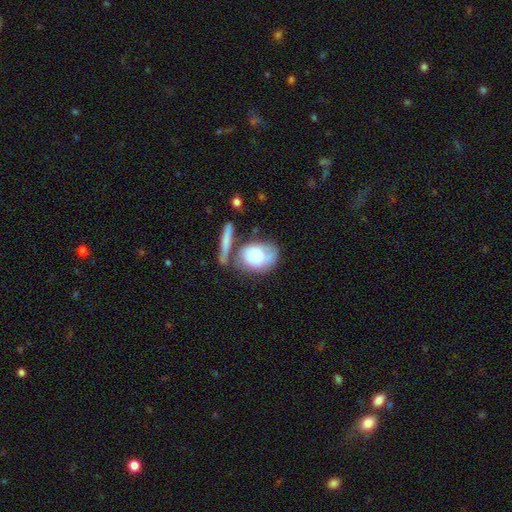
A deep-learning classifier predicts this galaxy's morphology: The model was most divided on "merging": none: 40%, merger: 24%, minor disturbance: 22%, major disturbance: 14%. More confident: how rounded — in between (72%); smooth or featured — smooth (69%).